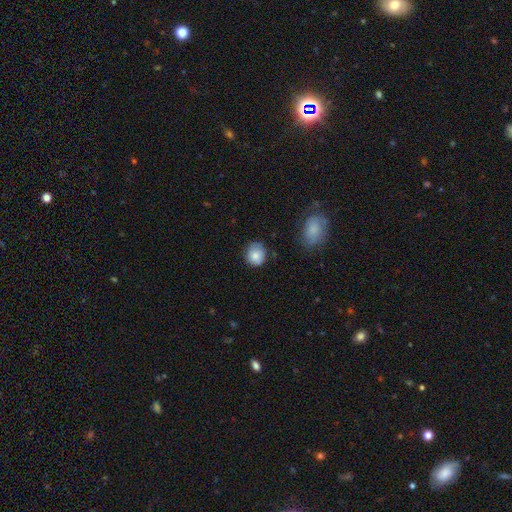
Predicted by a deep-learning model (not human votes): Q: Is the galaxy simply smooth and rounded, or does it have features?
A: smooth — 82%.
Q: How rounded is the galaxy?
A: round — 77%.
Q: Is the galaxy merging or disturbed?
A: none — 69%.